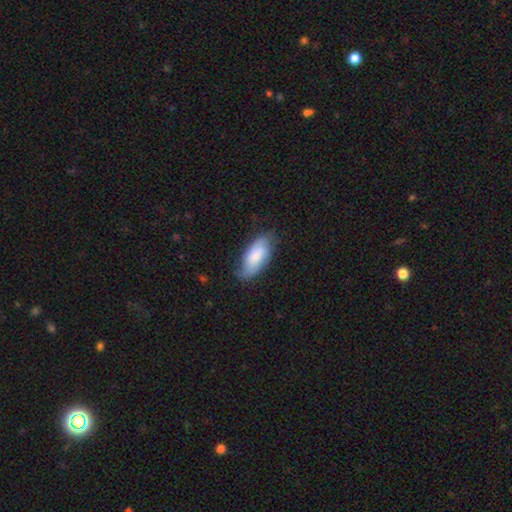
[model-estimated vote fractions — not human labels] Smooth or featured? Predicted: smooth (p=0.69). How rounded? Predicted: in between (p=0.88). Merging? Predicted: none (p=0.69).